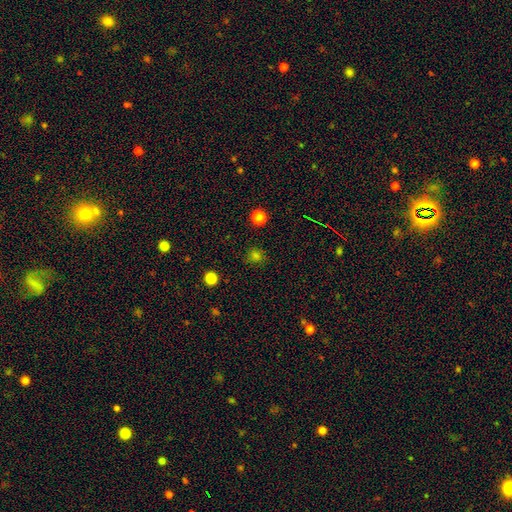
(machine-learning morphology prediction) smooth_or_featured: smooth (p=0.68) [alt: star or artifact p=0.27]
how_rounded: round (p=0.82) [alt: in between p=0.17]
merging: none (p=0.82) [alt: minor disturbance p=0.11]